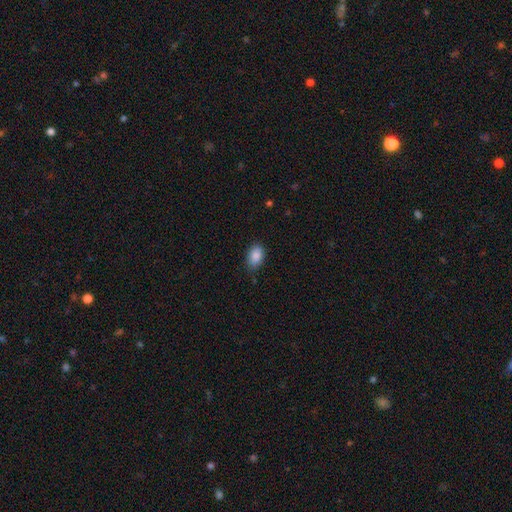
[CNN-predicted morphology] type=smooth (88%); roundness=in between (87%); merging=none (77%).